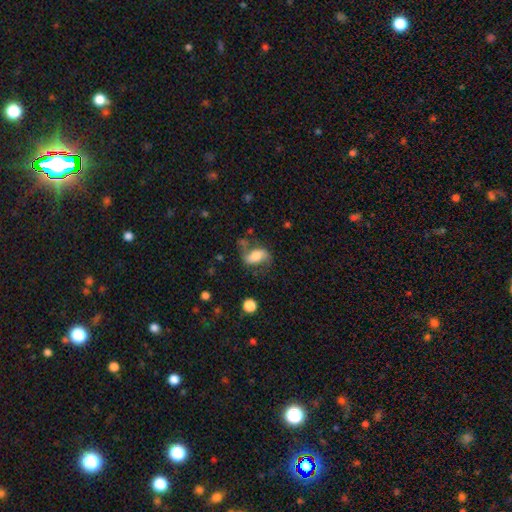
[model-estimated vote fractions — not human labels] The model was most divided on "smooth or featured": featured or disk: 51%, smooth: 41%, star or artifact: 9%. More confident: edge-on disk — no (94%); merging — none (54%).